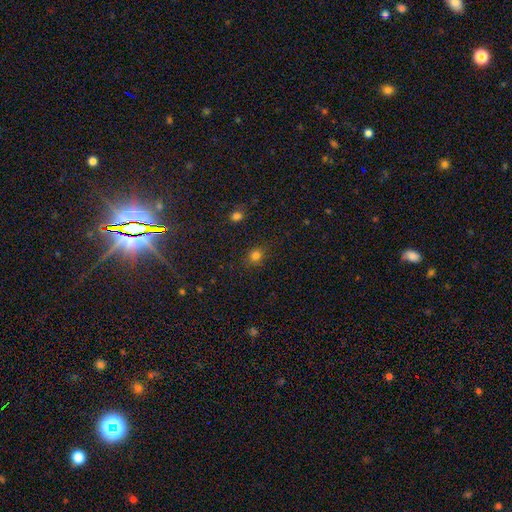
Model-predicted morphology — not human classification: Q: Smooth or featured?
A: smooth (78%); runner-up: star or artifact (17%)
Q: How rounded?
A: round (80%); runner-up: in between (19%)
Q: Merging?
A: none (84%); runner-up: minor disturbance (11%)